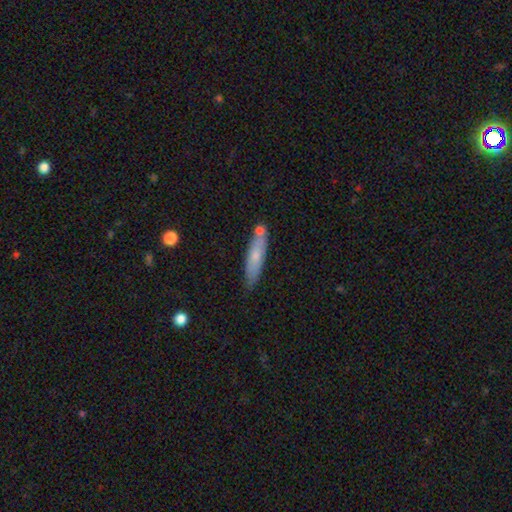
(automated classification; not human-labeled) A smooth galaxy with no disk features (62%) that is cigar-shaped (78%). Merging: none (69%).